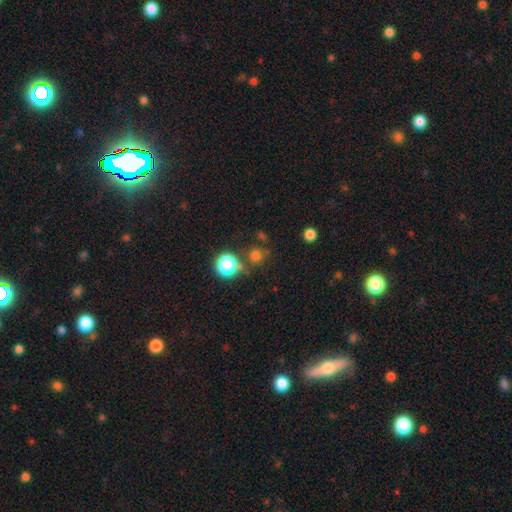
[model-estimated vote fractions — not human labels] Q: Smooth or featured?
A: smooth (66%); runner-up: star or artifact (28%)
Q: How rounded?
A: round (91%); runner-up: in between (8%)
Q: Merging?
A: none (75%); runner-up: merger (11%)